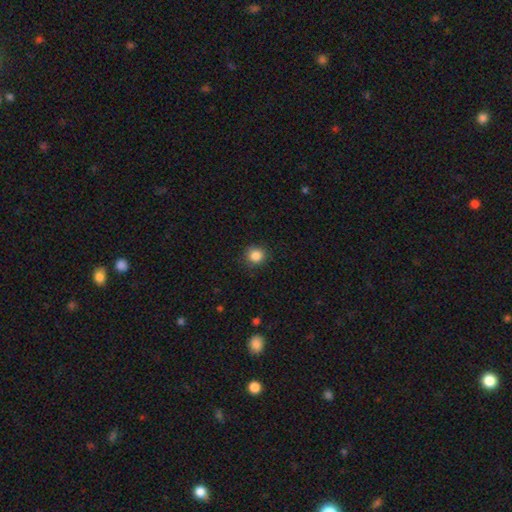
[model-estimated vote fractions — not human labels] A smooth galaxy with no disk features (85%) that is round (90%).

Vote fractions:
- Smooth or featured? smooth: 85% / star or artifact: 11% / featured or disk: 4%
- How rounded? round: 90% / in between: 9% / cigar-shaped: 1%
- Merging? none: 88% / minor disturbance: 8% / major disturbance: 2% / merger: 1%